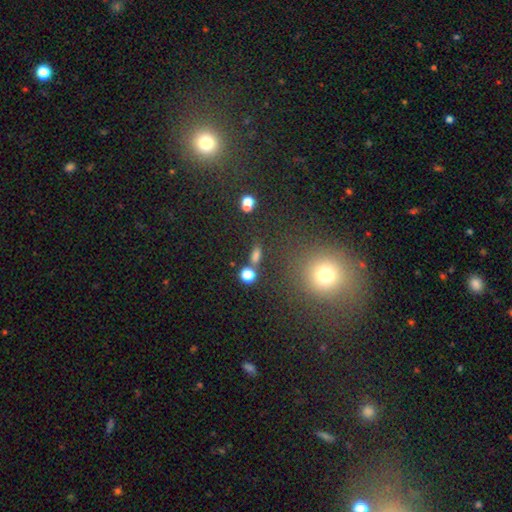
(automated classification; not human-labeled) Overall: smooth (66%). How rounded: in between (49%; round 40%). Merging: none (77%).